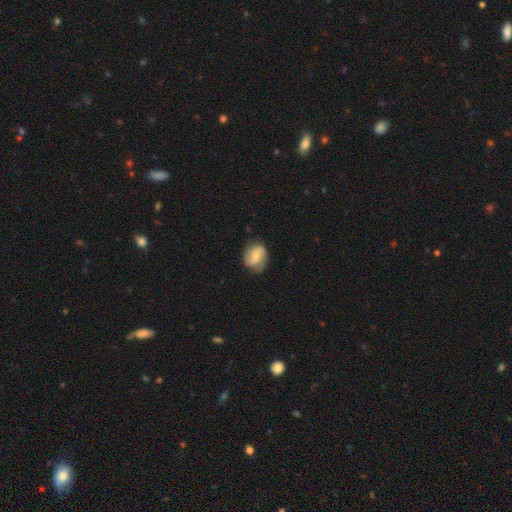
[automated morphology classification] Q: Smooth or featured?
A: featured or disk (57%); runner-up: smooth (36%)
Q: Edge-on disk?
A: no (98%); runner-up: yes (2%)
Q: Bar?
A: no (55%); runner-up: weak (37%)
Q: Spiral arms?
A: yes (92%); runner-up: no (8%)
Q: Spiral winding?
A: medium (44%); runner-up: loose (33%)
Q: Spiral arm count?
A: 2 (77%); runner-up: can't tell (9%)
Q: Bulge size?
A: small (52%); runner-up: moderate (31%)
Q: Merging?
A: none (75%); runner-up: minor disturbance (18%)